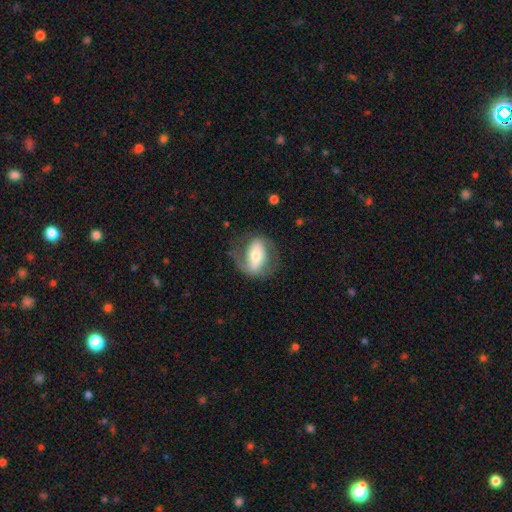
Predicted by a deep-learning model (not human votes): This is likely a featured or disk galaxy (64%). It is clearly not viewed edge-on (92%). Bar: possibly strong (54%). Spiral arm pattern: likely yes (72%). Central bulge: possibly moderate (55%). Merging: likely none (67%).